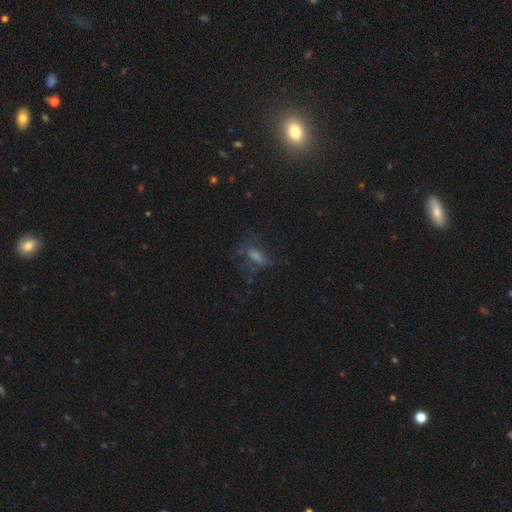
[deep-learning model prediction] Smooth or featured? Predicted: smooth (p=0.36). Merging? Predicted: none (p=0.52).